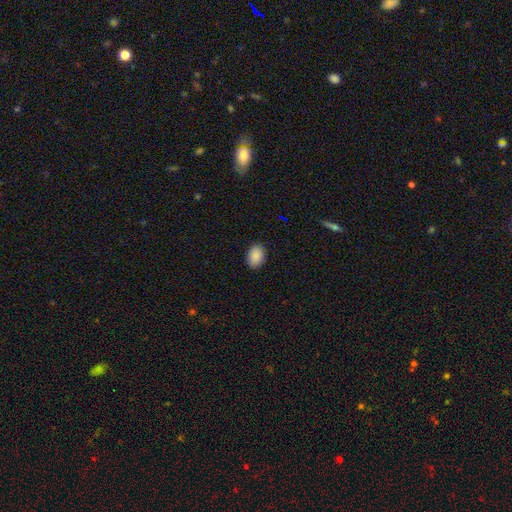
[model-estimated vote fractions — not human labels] smooth_or_featured: smooth (p=0.89) [alt: star or artifact p=0.08]
how_rounded: in between (p=0.81) [alt: round p=0.18]
merging: none (p=0.88) [alt: minor disturbance p=0.09]